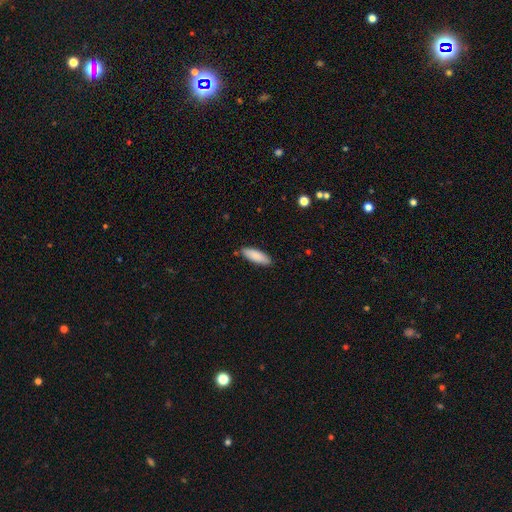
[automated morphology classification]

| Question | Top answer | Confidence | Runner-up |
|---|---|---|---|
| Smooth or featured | smooth | 88% | featured or disk (6%) |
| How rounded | in between | 61% | cigar-shaped (37%) |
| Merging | none | 85% | minor disturbance (11%) |